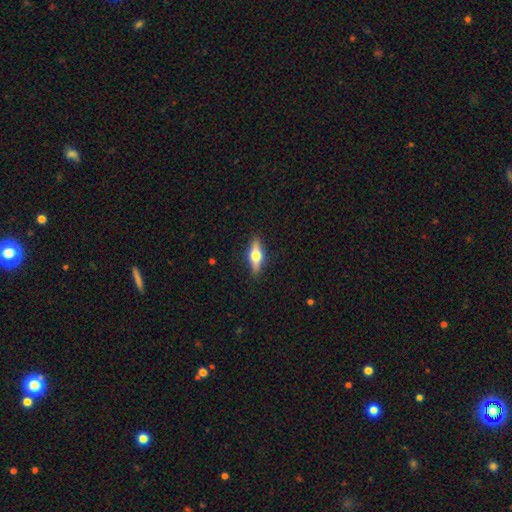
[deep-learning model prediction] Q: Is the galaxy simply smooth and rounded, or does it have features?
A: featured or disk — 55%.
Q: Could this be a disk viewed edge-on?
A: yes — 93%.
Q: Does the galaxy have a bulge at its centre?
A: rounded — 96%.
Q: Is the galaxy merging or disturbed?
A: none — 89%.